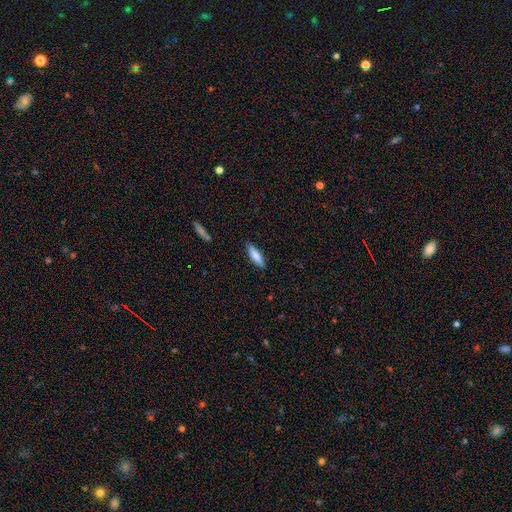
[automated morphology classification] This is likely a smooth galaxy (78%). How rounded: likely cigar-shaped (63%). Merging: clearly none (87%).